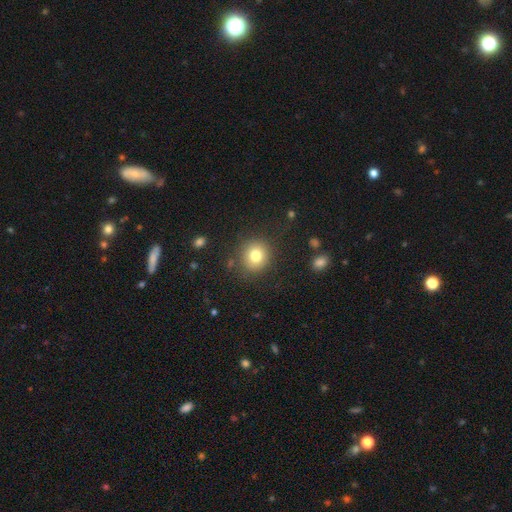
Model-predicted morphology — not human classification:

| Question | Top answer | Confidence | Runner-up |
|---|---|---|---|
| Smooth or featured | smooth | 78% | star or artifact (12%) |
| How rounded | round | 88% | in between (11%) |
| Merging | none | 86% | minor disturbance (8%) |